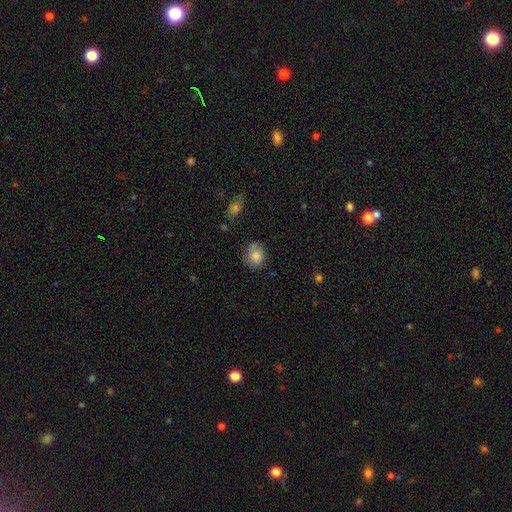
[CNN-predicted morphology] smooth 80%, featured or disk 11%, star or artifact 8%. Down the decision tree: how rounded — round (67%); merging — none (69%).